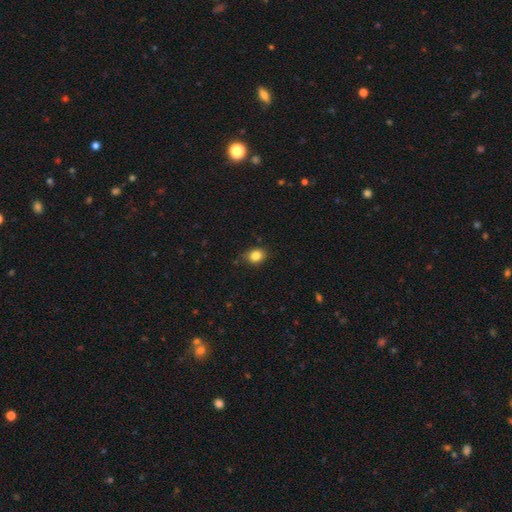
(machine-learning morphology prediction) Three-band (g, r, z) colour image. It shows a smooth galaxy with no disk features (84%) that is round (62%). Merging: none (77%).